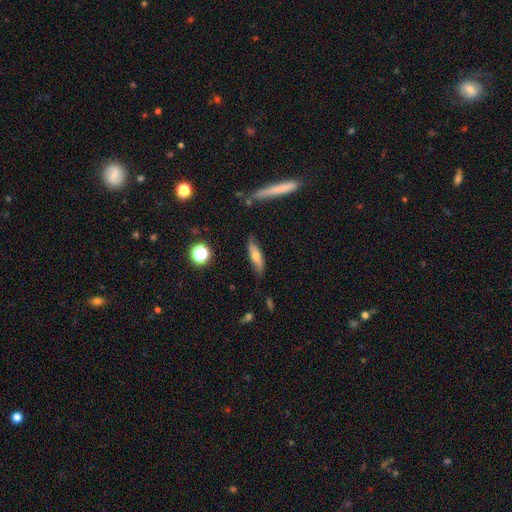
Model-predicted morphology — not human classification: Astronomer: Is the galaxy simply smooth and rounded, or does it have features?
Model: smooth — 60%.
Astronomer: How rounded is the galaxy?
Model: cigar-shaped — 63%.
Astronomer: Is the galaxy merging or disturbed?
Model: none — 77%.